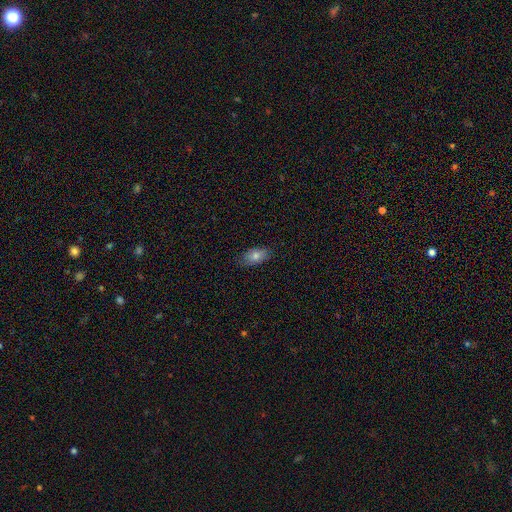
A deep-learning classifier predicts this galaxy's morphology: Smooth or featured? smooth (76%)
How rounded? in between (90%)
Merging? none (82%)